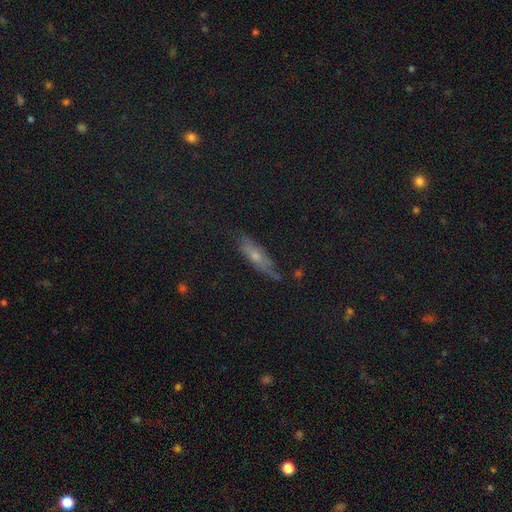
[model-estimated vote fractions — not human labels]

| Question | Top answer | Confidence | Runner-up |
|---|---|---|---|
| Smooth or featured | smooth | 46% | featured or disk (36%) |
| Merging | none | 68% | minor disturbance (22%) |